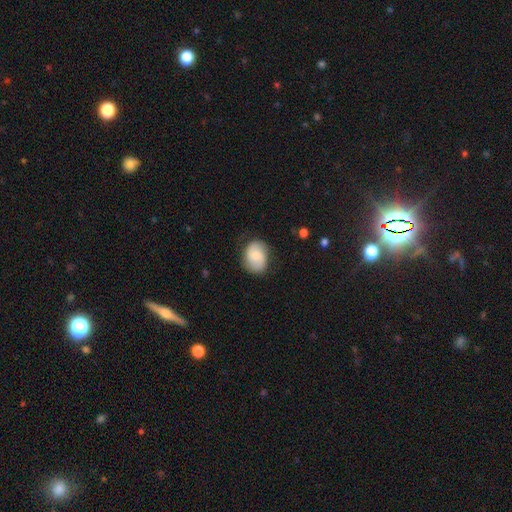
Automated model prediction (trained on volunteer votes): This appears to be a smooth galaxy with no disk features (56%) that is in between round and cigar-shaped (51%). Merging: none (76%).